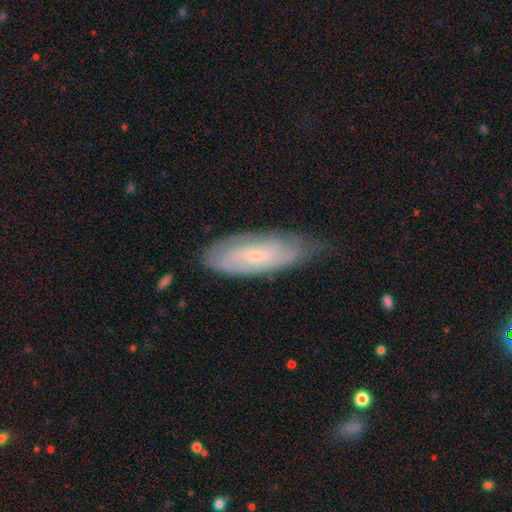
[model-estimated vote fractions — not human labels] Overall: featured or disk (53%; smooth 40%). Edge-on disk: no (82%). Merging: none (59%; minor disturbance 32%).